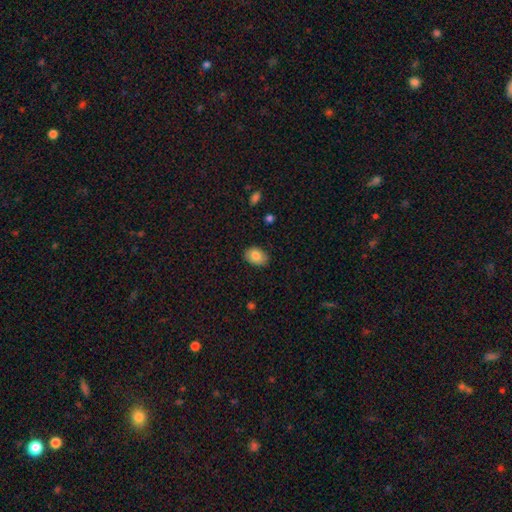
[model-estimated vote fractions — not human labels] This is clearly a smooth galaxy (84%). How rounded: likely in between (75%). Merging: clearly none (84%).